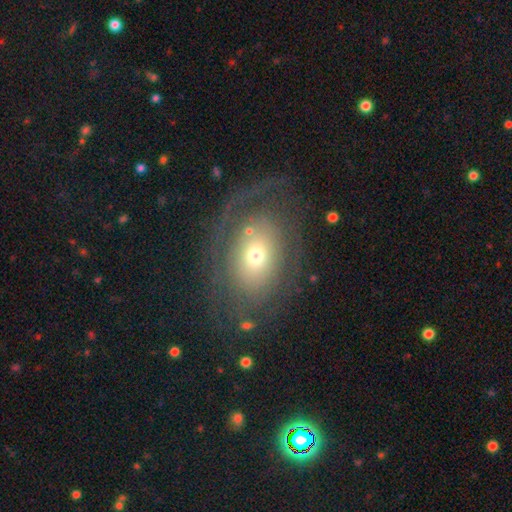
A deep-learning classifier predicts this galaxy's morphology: Smooth or featured: featured or disk — 60% (smooth — 31%)
Edge-on disk: no — 93% (yes — 7%)
Bar: no — 84% (weak — 12%)
Spiral arms: yes — 61% (no — 39%)
Bulge size: moderate — 45% (small — 44%)
Merging: none — 64% (major disturbance — 17%)